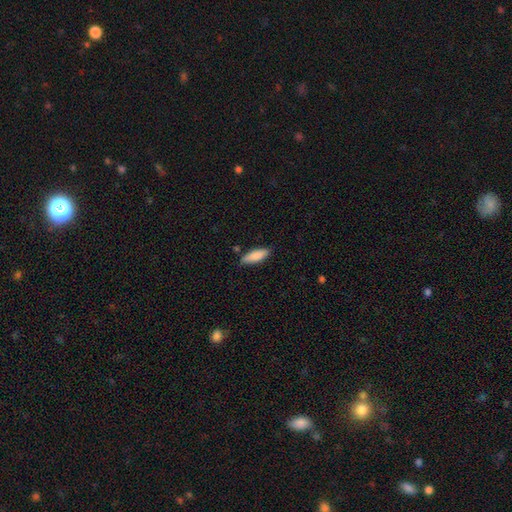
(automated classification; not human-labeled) Overall: smooth (84%). How rounded: in between (57%; cigar-shaped 41%). Merging: none (75%).